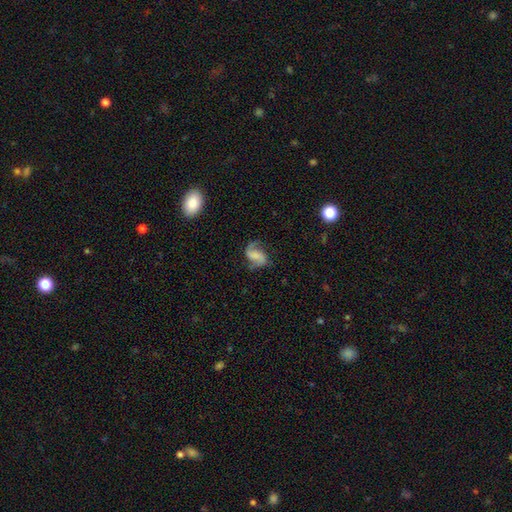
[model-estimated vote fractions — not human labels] This is likely a featured or disk galaxy (77%). It is clearly not viewed edge-on (98%). Bar: marginally weak (39%). Spiral arm pattern: clearly yes (95%). Spiral arm count: clearly 2 (90%). Spiral winding: possibly loose (54%). Central bulge: possibly none (59%). Merging: likely none (67%).